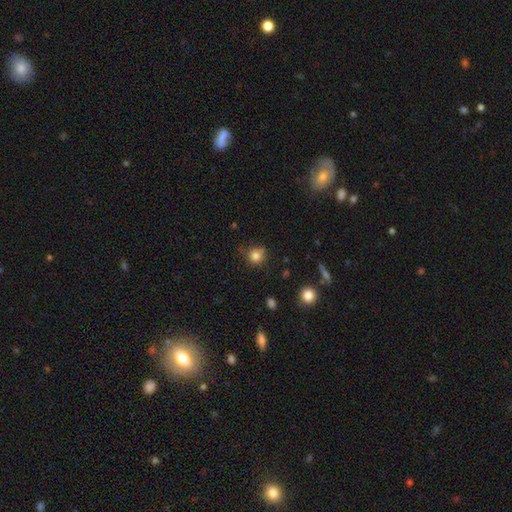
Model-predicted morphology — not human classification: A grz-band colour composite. It shows a smooth galaxy with no disk features (81%) that is round (88%). Merging: none (70%).